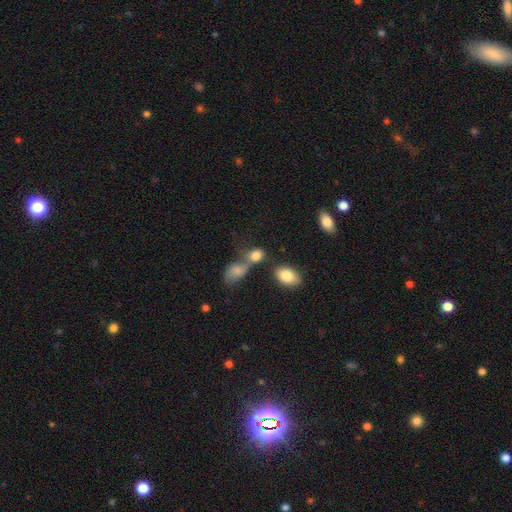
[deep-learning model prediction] Overall: smooth (79%). How rounded: in between (53%; round 44%). Merging: merger (41%; none 37%).